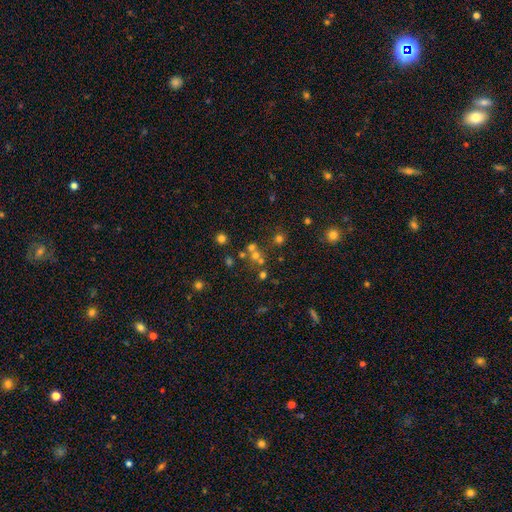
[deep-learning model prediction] smooth 49%, star or artifact 35%, featured or disk 16%. Down the decision tree: merging — none (58%).